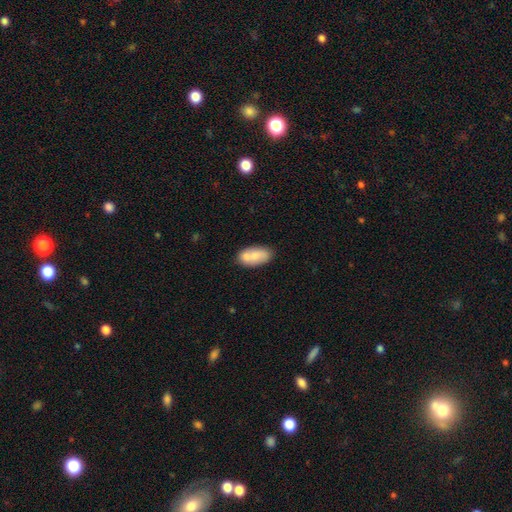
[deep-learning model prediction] smooth_or_featured: smooth (p=0.70) [alt: featured or disk p=0.24]
how_rounded: in between (p=0.92) [alt: cigar-shaped p=0.04]
merging: none (p=0.60) [alt: merger p=0.21]